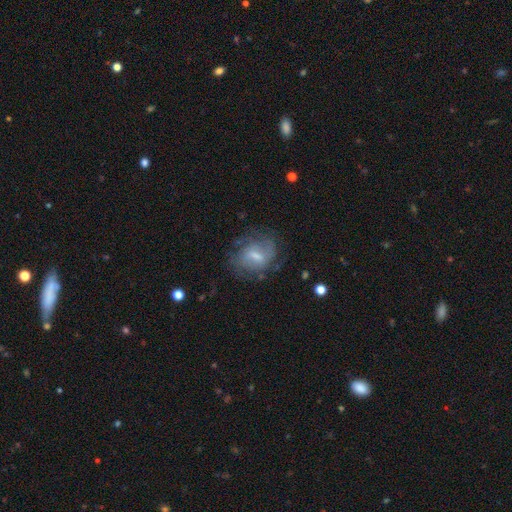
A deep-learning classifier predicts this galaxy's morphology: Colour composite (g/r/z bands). It shows a featured or disk galaxy (56%) with a weak bar (55%), spiral arms (68%) and a small central bulge (44%). Merging: none (63%).